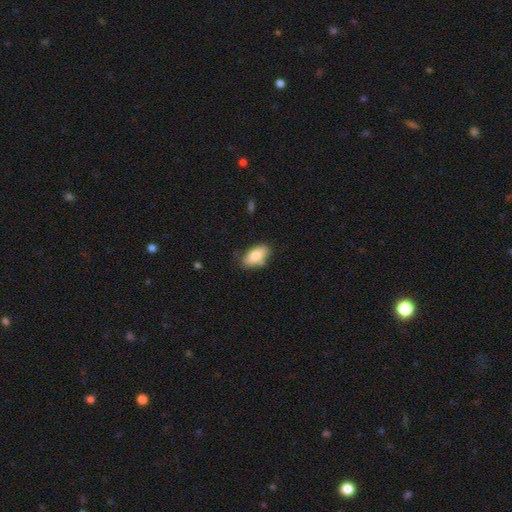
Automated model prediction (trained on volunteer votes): This appears to be a smooth galaxy with no disk features (79%) that is in between round and cigar-shaped (91%). Merging: none (73%).